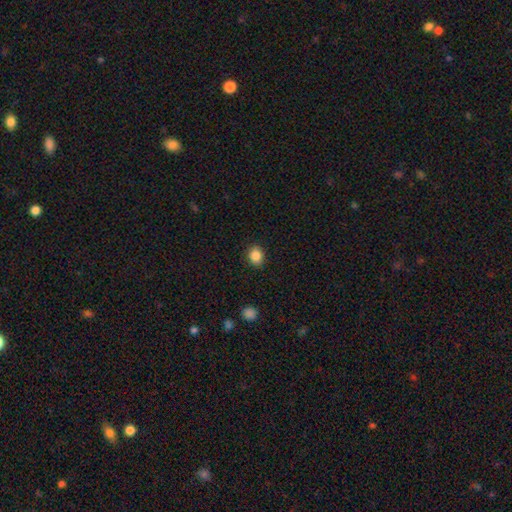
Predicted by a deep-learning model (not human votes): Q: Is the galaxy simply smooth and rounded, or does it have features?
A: smooth — 86%.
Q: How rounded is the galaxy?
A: round — 64%.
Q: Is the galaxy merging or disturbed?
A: none — 89%.